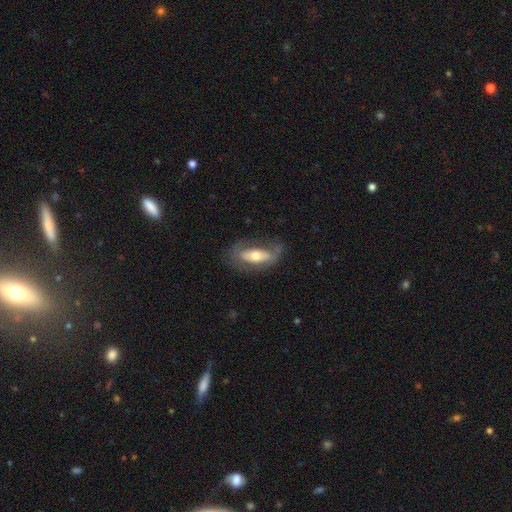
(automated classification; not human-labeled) This is possibly a featured or disk galaxy (53%). It is likely not viewed edge-on (78%). Merging: likely none (62%).